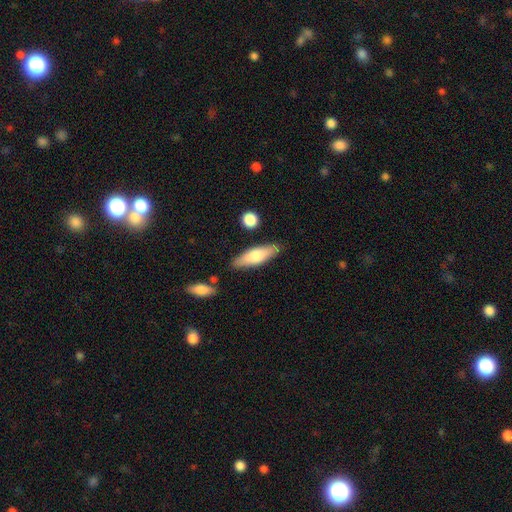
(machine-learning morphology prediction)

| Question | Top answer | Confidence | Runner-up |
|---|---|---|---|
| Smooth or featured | smooth | 70% | featured or disk (24%) |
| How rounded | cigar-shaped | 53% | in between (45%) |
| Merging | none | 82% | minor disturbance (12%) |